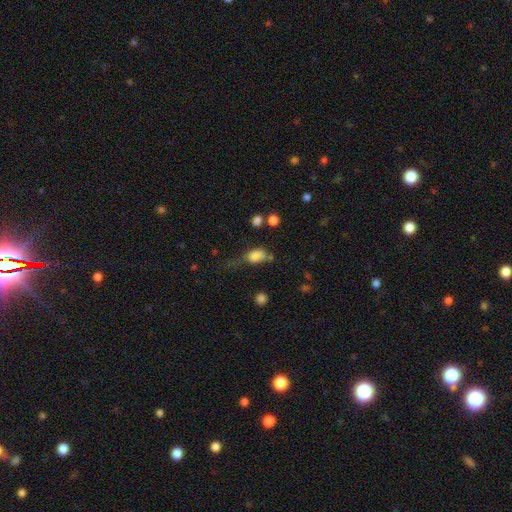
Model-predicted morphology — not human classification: Smooth or featured: smooth — 80% (star or artifact — 11%)
How rounded: in between — 76% (round — 20%)
Merging: none — 32% (minor disturbance — 30%)